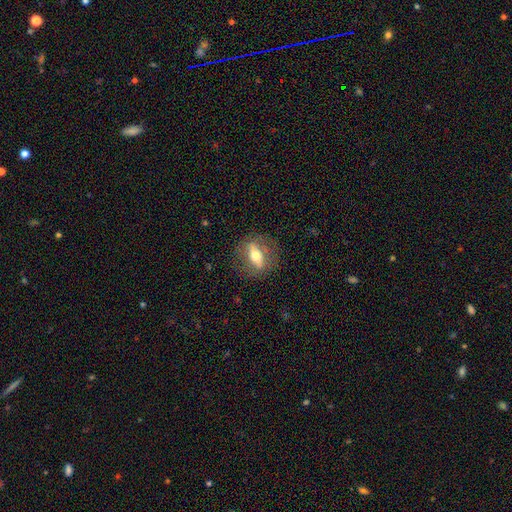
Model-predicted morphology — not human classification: Overall: featured or disk (60%; smooth 33%). Edge-on disk: yes (55%; no 45%). Merging: none (80%).